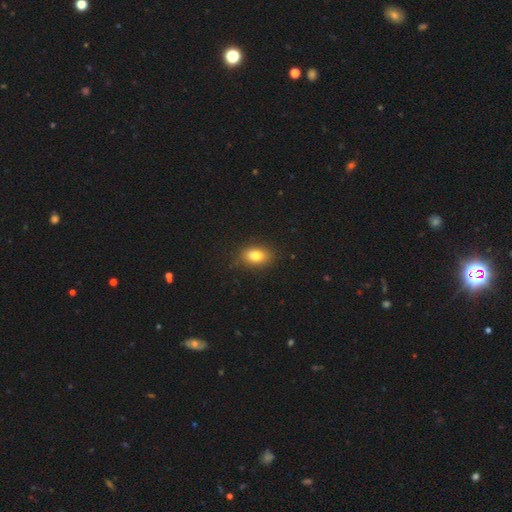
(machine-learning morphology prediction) The model was most divided on "how rounded": in between: 82%, round: 16%, cigar-shaped: 2%. More confident: merging — none (82%); smooth or featured — smooth (80%).